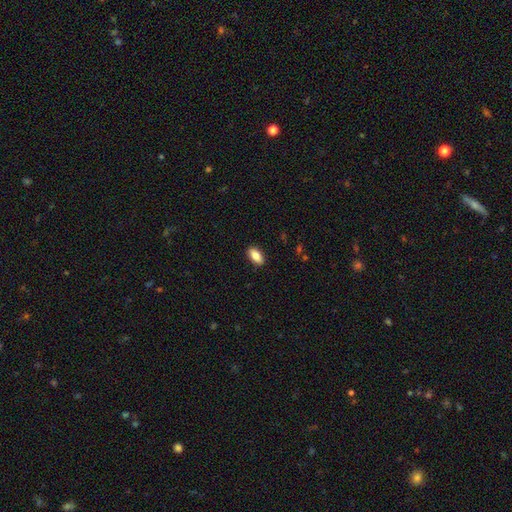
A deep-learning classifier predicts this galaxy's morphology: Smooth or featured? Predicted: smooth (p=0.83). How rounded? Predicted: in between (p=0.89). Merging? Predicted: none (p=0.90).